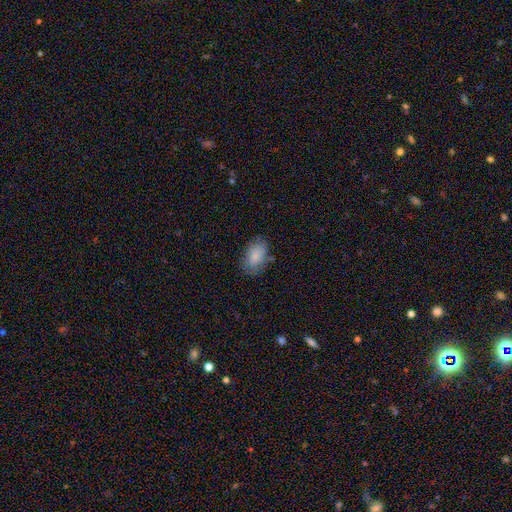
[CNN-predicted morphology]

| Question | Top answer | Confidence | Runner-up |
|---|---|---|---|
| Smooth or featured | smooth | 84% | featured or disk (9%) |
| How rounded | in between | 91% | round (7%) |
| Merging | none | 74% | minor disturbance (19%) |